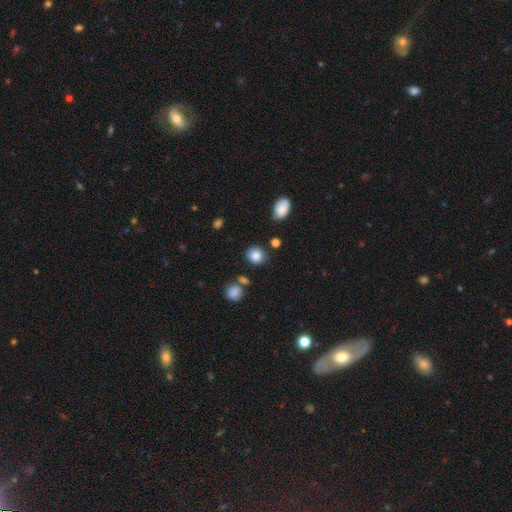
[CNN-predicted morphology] Smooth or featured? Predicted: smooth (p=0.85). How rounded? Predicted: round (p=0.77). Merging? Predicted: none (p=0.80).